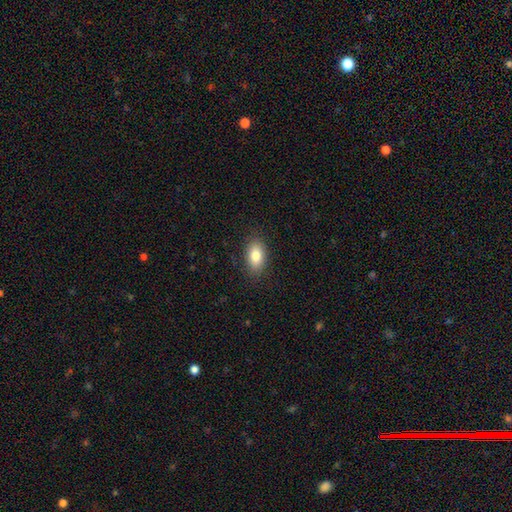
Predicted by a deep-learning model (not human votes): Morphology: type=smooth (82%); roundness=in between (90%); merging=none (87%).